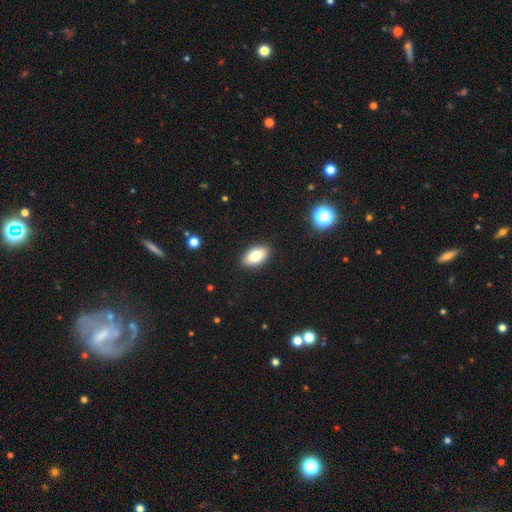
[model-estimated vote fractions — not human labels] Overall: smooth (79%). How rounded: in between (91%). Merging: none (89%).